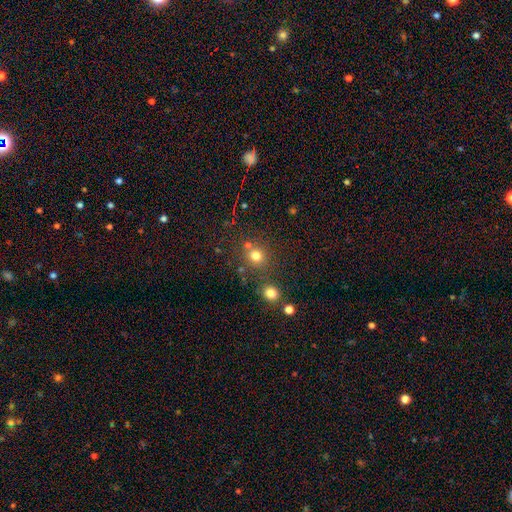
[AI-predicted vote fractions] Smooth or featured: smooth — 76% (star or artifact — 17%)
How rounded: round — 86% (in between — 13%)
Merging: none — 71% (merger — 15%)